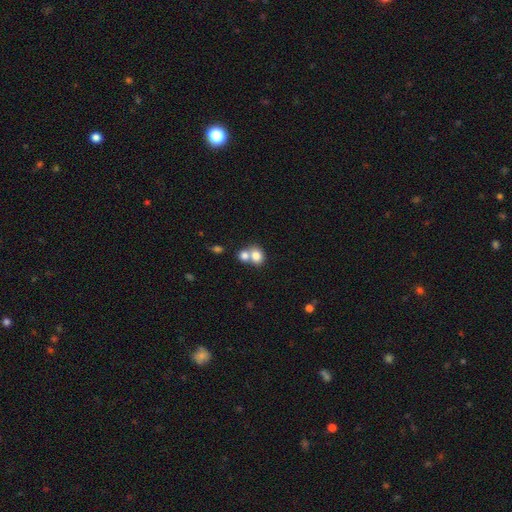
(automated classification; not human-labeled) Smooth or featured: smooth — 79% (featured or disk — 12%)
How rounded: round — 57% (in between — 42%)
Merging: merger — 60% (none — 31%)